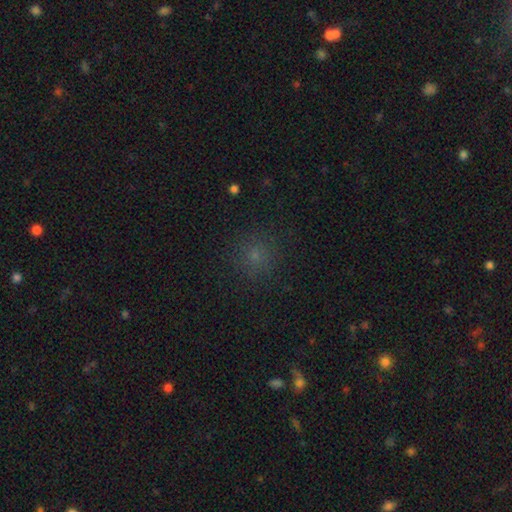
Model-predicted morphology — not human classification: The model was most divided on "smooth or featured": smooth: 67%, star or artifact: 26%, featured or disk: 7%. More confident: how rounded — round (93%); merging — none (88%).